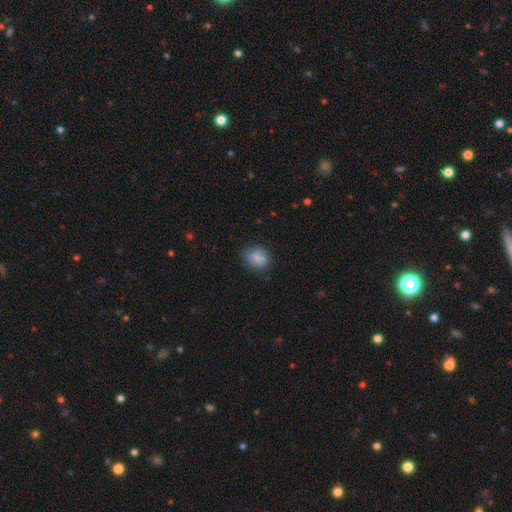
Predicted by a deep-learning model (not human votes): smooth-or-featured: smooth: 86% | star or artifact: 8% | featured or disk: 6%
  how-rounded: round: 54% | in between: 45% | cigar-shaped: 1%
  merging: none: 78% | minor disturbance: 17% | major disturbance: 4% | merger: 1%